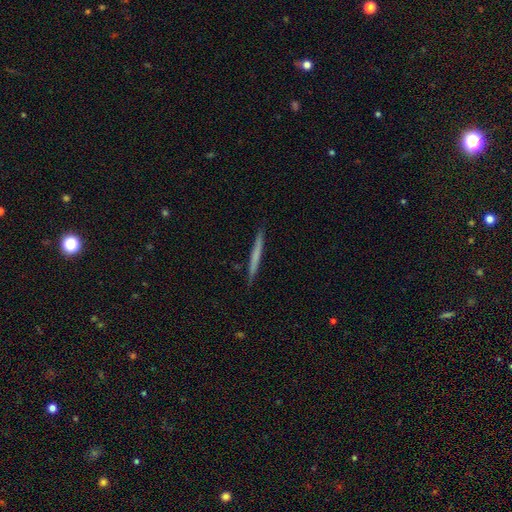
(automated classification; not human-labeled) Smooth or featured: smooth — 57% (featured or disk — 38%)
How rounded: cigar-shaped — 97% (in between — 2%)
Merging: none — 90% (minor disturbance — 7%)